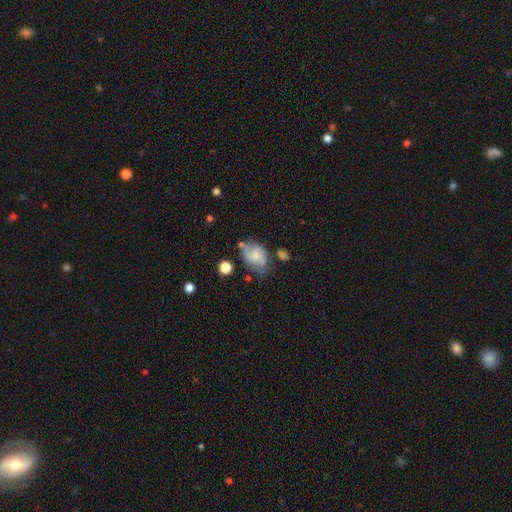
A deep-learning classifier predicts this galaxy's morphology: Smooth or featured?
  - smooth: 66% *
  - featured or disk: 24%
  - star or artifact: 9%
How rounded?
  - in between: 81% *
  - round: 18%
  - cigar-shaped: 2%
Merging?
  - none: 36% *
  - minor disturbance: 34%
  - major disturbance: 18%
  - merger: 12%